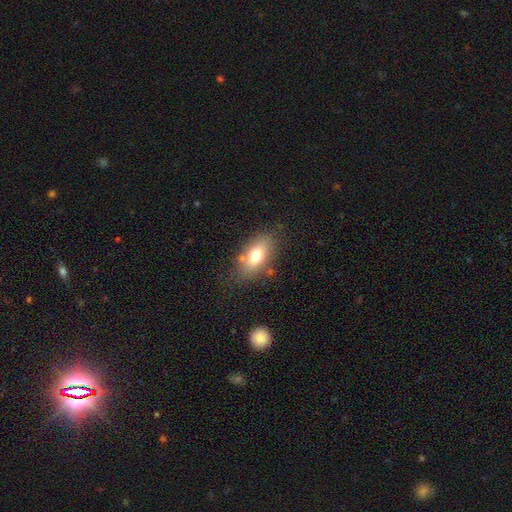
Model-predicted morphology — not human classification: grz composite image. It shows a smooth galaxy with no disk features (71%) that is in between round and cigar-shaped (87%). Merging: none (75%).